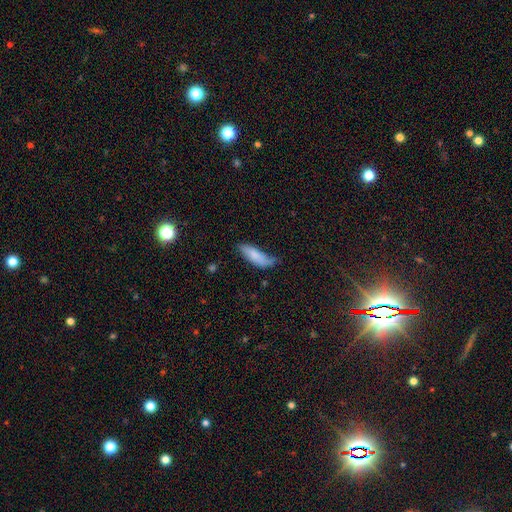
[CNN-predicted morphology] Smooth or featured?
  - smooth: 78% *
  - featured or disk: 15%
  - star or artifact: 6%
How rounded?
  - in between: 60% *
  - cigar-shaped: 38%
  - round: 2%
Merging?
  - none: 43% *
  - minor disturbance: 39%
  - major disturbance: 14%
  - merger: 4%